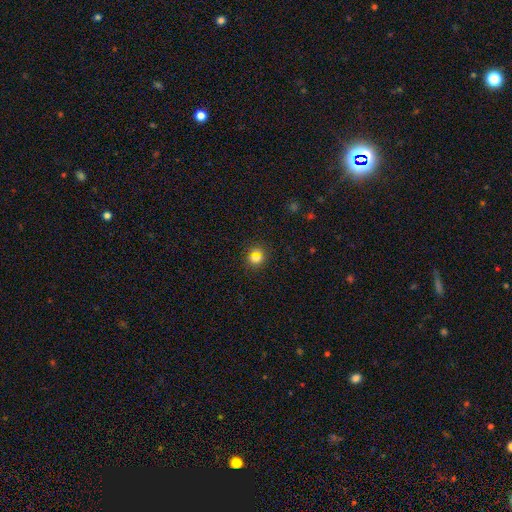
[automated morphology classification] A smooth galaxy with no disk features (65%) that is round (88%). Merging: none (86%).